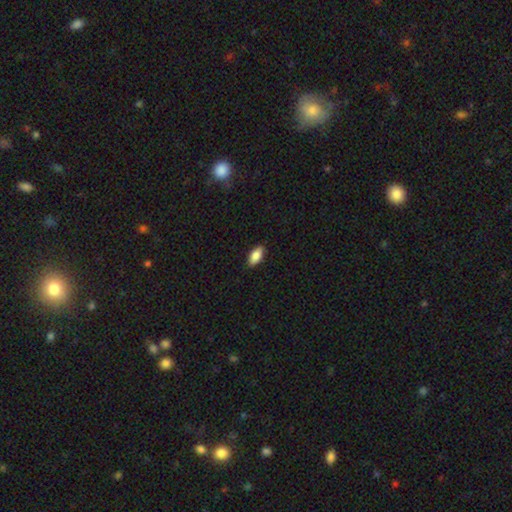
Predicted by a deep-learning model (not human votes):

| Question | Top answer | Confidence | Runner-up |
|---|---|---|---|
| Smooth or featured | smooth | 84% | featured or disk (9%) |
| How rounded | in between | 89% | cigar-shaped (8%) |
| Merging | none | 89% | minor disturbance (8%) |